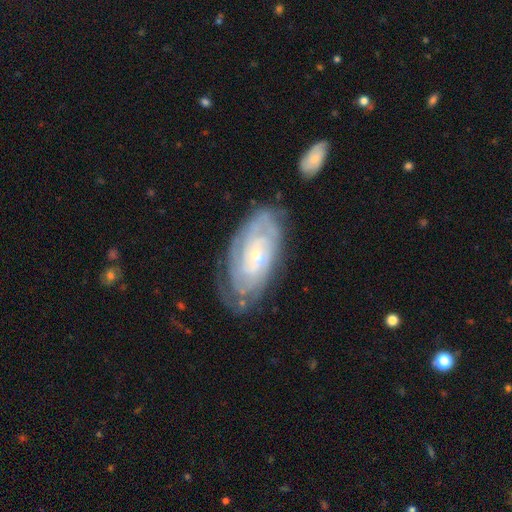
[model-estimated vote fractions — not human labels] The model was most divided on "spiral arm count": can't tell: 52%, 2: 15%, 3: 12%, 4: 11%, more than 4: 6%, 1: 4%. More confident: edge-on disk — no (94%); spiral arms — yes (91%); smooth or featured — featured or disk (79%); spiral winding — tight (75%); bulge size — small (75%); merging — none (71%); bar — no (67%).